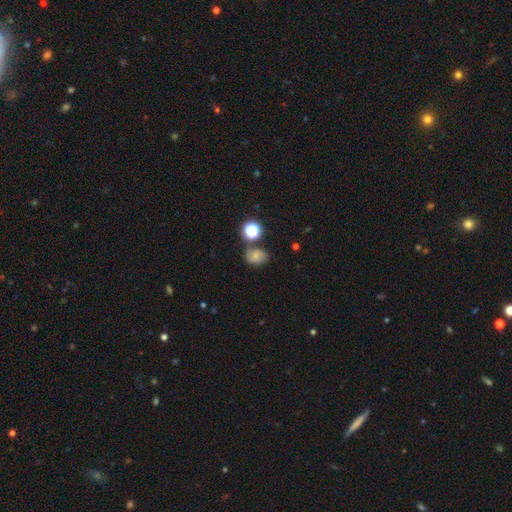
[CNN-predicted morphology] Smooth or featured? smooth (57%)
How rounded? in between (53%)
Merging? none (61%)